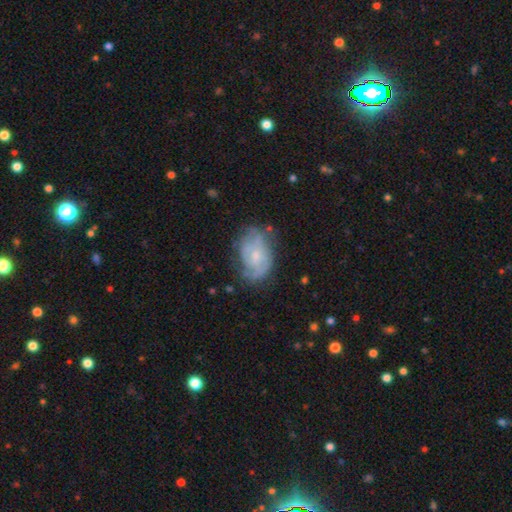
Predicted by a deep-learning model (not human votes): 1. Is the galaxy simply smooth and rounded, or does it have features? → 62% featured or disk, 31% smooth, 7% star or artifact.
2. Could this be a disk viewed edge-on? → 96% no, 4% yes.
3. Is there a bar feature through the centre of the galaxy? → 70% no, 26% weak, 4% strong.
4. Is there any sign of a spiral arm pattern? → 75% yes, 25% no.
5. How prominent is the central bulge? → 58% small, 33% moderate, 6% none, 2% large, 1% dominant.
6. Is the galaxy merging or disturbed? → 57% none, 28% minor disturbance, 12% major disturbance, 2% merger.